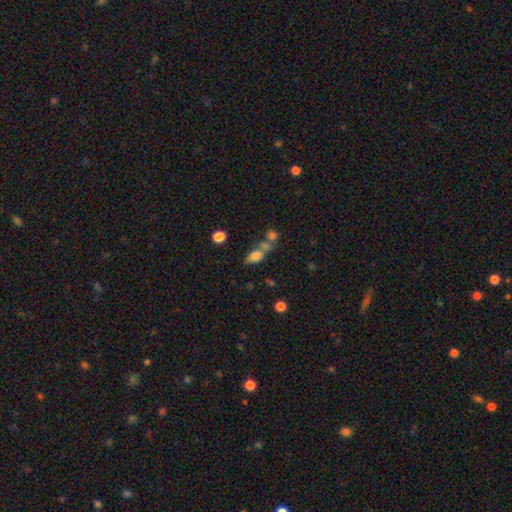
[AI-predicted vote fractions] smooth-or-featured: smooth: 70% | featured or disk: 18% | star or artifact: 12%
  how-rounded: in between: 75% | cigar-shaped: 14% | round: 11%
  merging: none: 39% | merger: 37% | minor disturbance: 15% | major disturbance: 10%